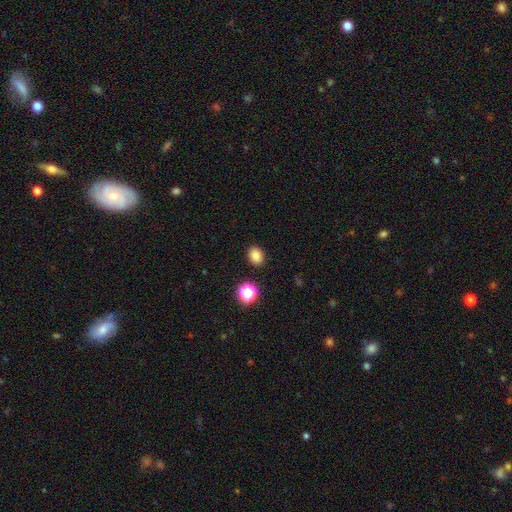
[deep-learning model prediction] smooth_or_featured: smooth (p=0.82) [alt: star or artifact p=0.13]
how_rounded: in between (p=0.58) [alt: round p=0.41]
merging: none (p=0.88) [alt: minor disturbance p=0.08]